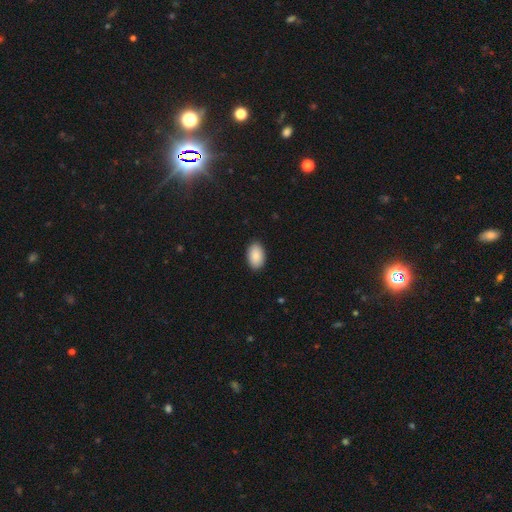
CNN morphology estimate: The model was most divided on "merging": none: 89%, minor disturbance: 8%, major disturbance: 2%, merger: 1%. More confident: how rounded — in between (93%); smooth or featured — smooth (89%).